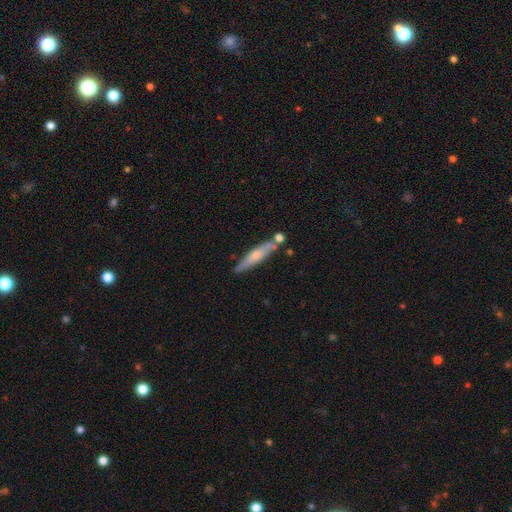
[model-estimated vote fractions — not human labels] Smooth or featured? Predicted: featured or disk (p=0.51). Edge-on disk? Predicted: yes (p=0.88). Merging? Predicted: none (p=0.76).